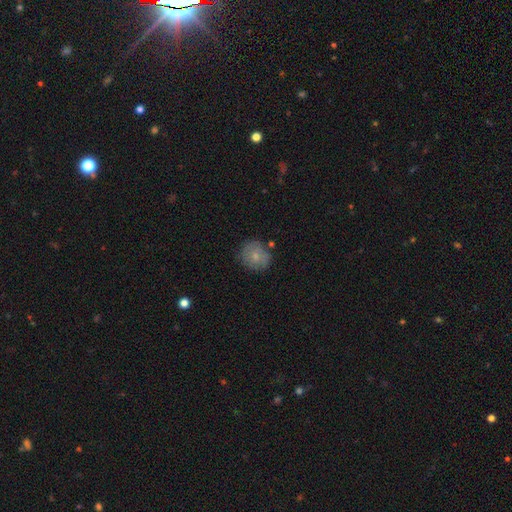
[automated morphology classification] type=smooth (66%); roundness=round (82%); merging=none (72%).